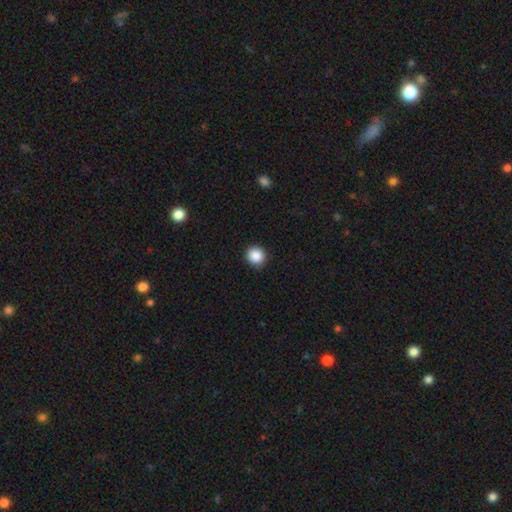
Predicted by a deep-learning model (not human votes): A smooth galaxy with no disk features (88%) that is round (92%).

Vote fractions:
- Smooth or featured? smooth: 88% / star or artifact: 9% / featured or disk: 3%
- How rounded? round: 92% / in between: 7% / cigar-shaped: 1%
- Merging? none: 91% / minor disturbance: 6% / major disturbance: 2% / merger: 1%